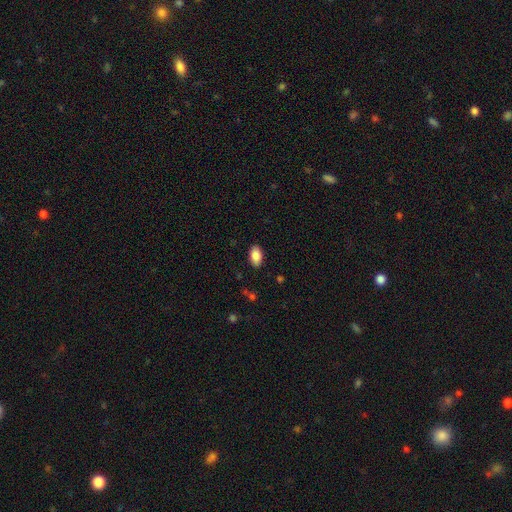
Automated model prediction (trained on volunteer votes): smooth_or_featured: smooth (p=0.88) [alt: star or artifact p=0.07]
how_rounded: in between (p=0.93) [alt: round p=0.06]
merging: none (p=0.88) [alt: minor disturbance p=0.09]